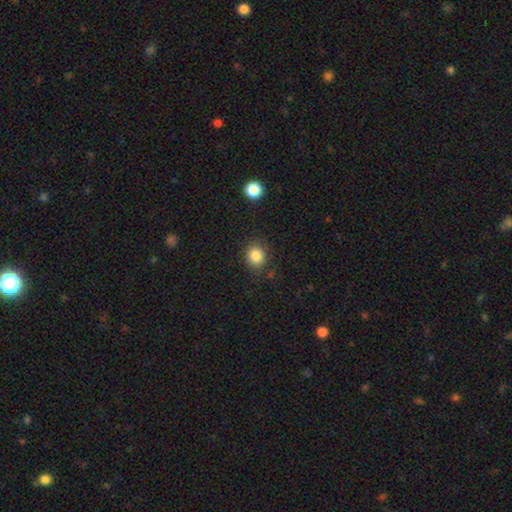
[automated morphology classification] Smooth or featured: smooth — 85% (star or artifact — 10%)
How rounded: round — 77% (in between — 22%)
Merging: none — 85% (minor disturbance — 10%)